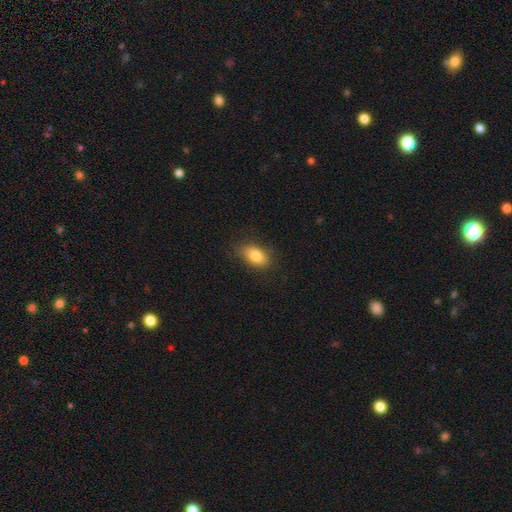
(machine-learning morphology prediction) type=smooth (83%); roundness=in between (88%); merging=none (82%).